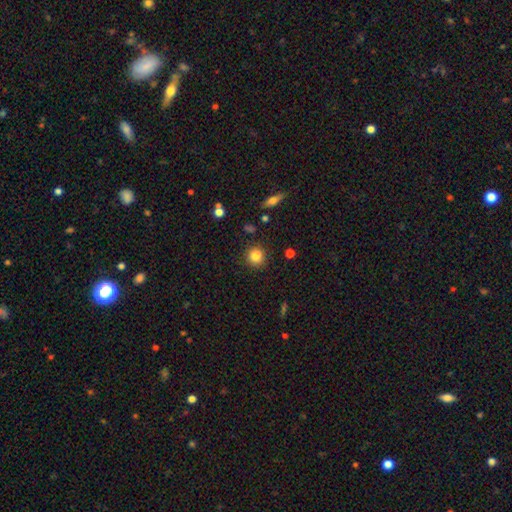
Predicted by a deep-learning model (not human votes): This appears to be a smooth galaxy with no disk features (84%) that is round (89%). Merging: none (88%).